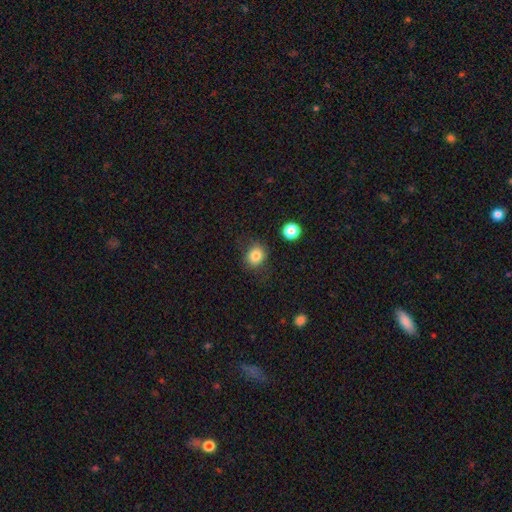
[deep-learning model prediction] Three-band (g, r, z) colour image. It shows a smooth galaxy with no disk features (84%) that is round (69%). Merging: none (77%).